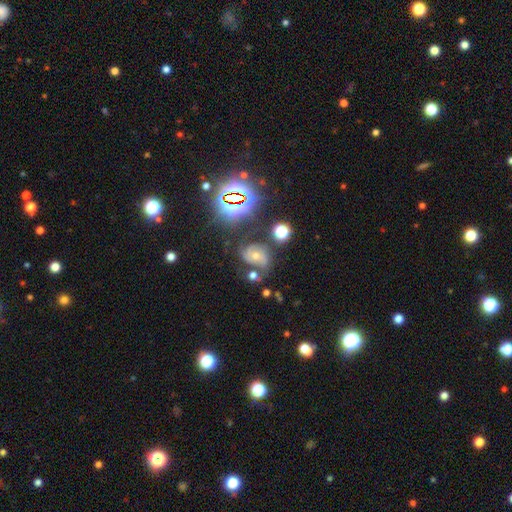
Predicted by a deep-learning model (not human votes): Smooth or featured? featured or disk (52%)
Edge-on disk? no (96%)
Merging? none (55%)